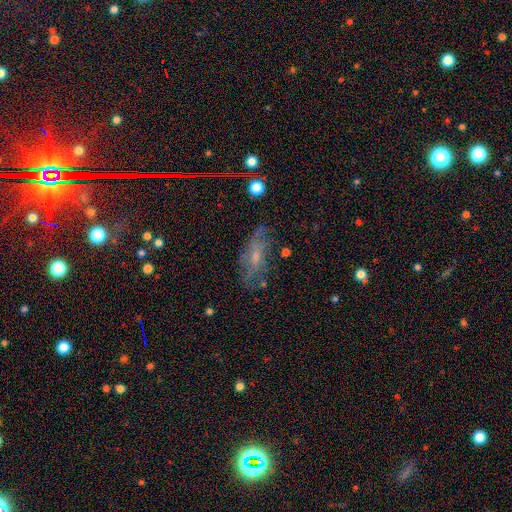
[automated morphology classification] smooth-or-featured: featured or disk: 52% | smooth: 33% | star or artifact: 16%
  disk-edge-on: no: 73% | yes: 27%
  merging: none: 65% | minor disturbance: 22% | major disturbance: 10% | merger: 3%